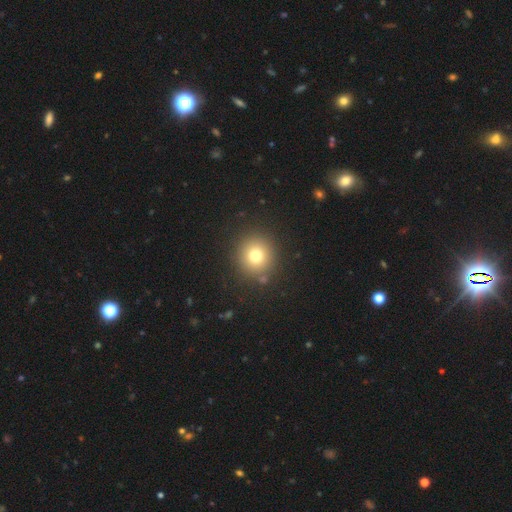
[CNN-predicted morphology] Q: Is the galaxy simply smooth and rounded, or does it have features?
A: smooth — 76%.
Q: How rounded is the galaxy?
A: round — 92%.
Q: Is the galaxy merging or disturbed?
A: none — 87%.